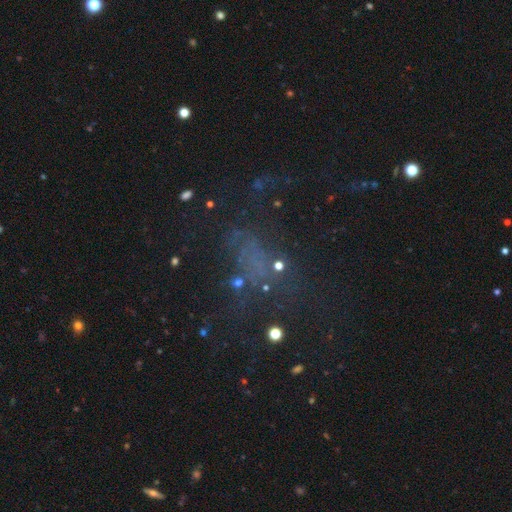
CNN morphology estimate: A star or artifact, not a galaxy (40%).